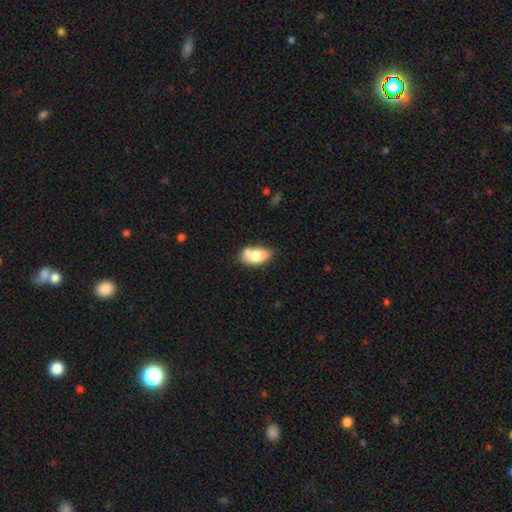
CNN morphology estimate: smooth 74%, featured or disk 19%, star or artifact 7%. Down the decision tree: how rounded — in between (91%); merging — none (57%).